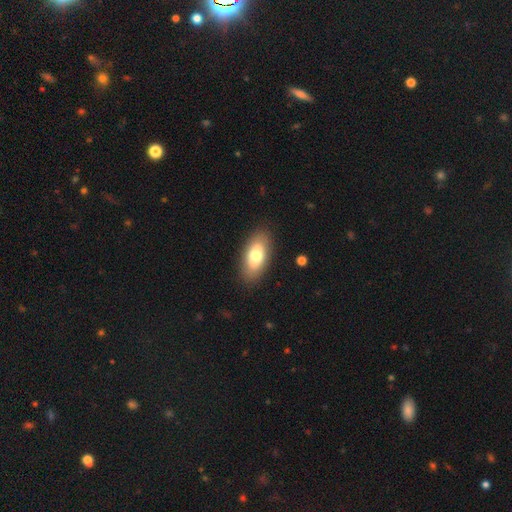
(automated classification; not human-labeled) Smooth or featured?
  - smooth: 72% *
  - featured or disk: 22%
  - star or artifact: 7%
How rounded?
  - in between: 89% *
  - cigar-shaped: 7%
  - round: 4%
Merging?
  - none: 87% *
  - minor disturbance: 9%
  - major disturbance: 3%
  - merger: 1%